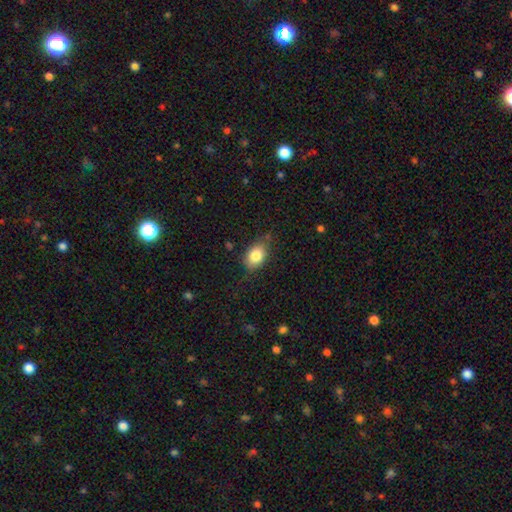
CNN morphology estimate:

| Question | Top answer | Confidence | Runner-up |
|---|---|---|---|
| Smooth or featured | smooth | 82% | featured or disk (10%) |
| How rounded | in between | 80% | round (18%) |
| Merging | none | 72% | minor disturbance (21%) |